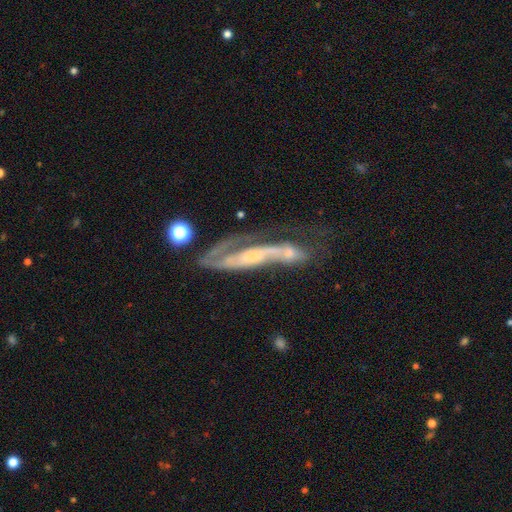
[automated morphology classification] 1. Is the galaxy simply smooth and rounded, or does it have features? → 78% featured or disk, 14% smooth, 8% star or artifact.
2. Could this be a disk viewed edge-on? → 78% no, 22% yes.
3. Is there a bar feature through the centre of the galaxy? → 47% no, 30% weak, 23% strong.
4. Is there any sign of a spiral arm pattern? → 85% yes, 15% no.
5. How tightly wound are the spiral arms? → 38% medium, 37% loose, 24% tight.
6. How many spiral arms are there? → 58% 2, 24% 1, 13% can't tell, 3% 3, 1% 4, 1% more than 4.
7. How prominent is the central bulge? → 54% small, 29% moderate, 12% none, 4% large, 2% dominant.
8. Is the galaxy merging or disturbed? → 34% merger, 27% major disturbance, 25% none, 14% minor disturbance.